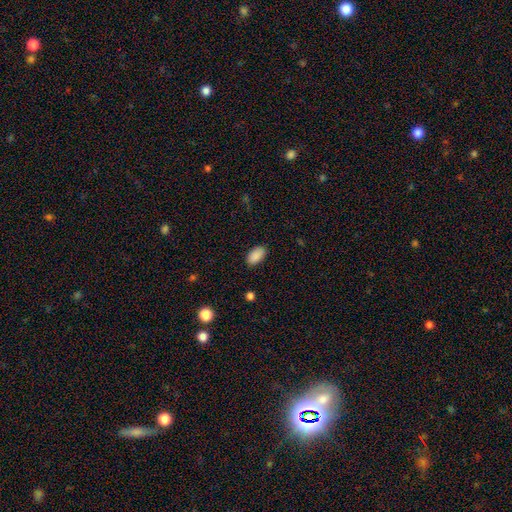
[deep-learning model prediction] Smooth or featured?
  - smooth: 90% *
  - star or artifact: 7%
  - featured or disk: 3%
How rounded?
  - in between: 94% *
  - round: 4%
  - cigar-shaped: 2%
Merging?
  - none: 86% *
  - minor disturbance: 10%
  - major disturbance: 2%
  - merger: 1%